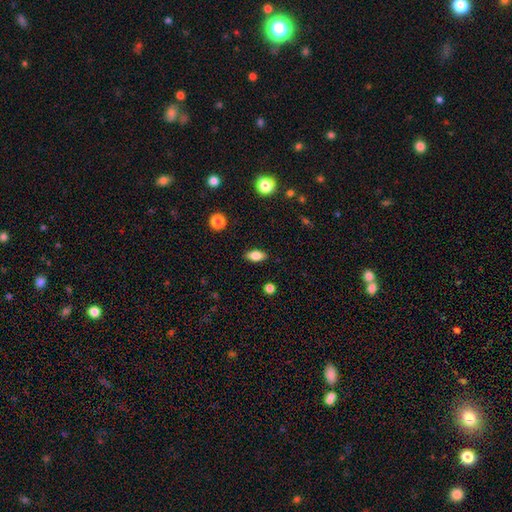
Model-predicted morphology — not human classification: This is likely a smooth galaxy (79%). How rounded: clearly in between (86%). Merging: clearly none (87%).